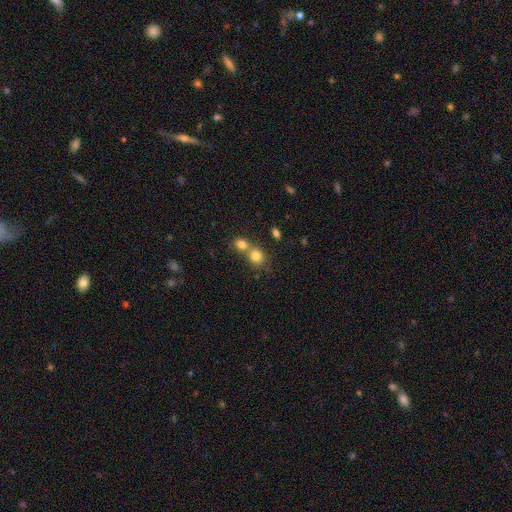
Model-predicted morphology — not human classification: This is likely a smooth galaxy (79%). How rounded: likely round (77%). Merging: possibly merger (52%).